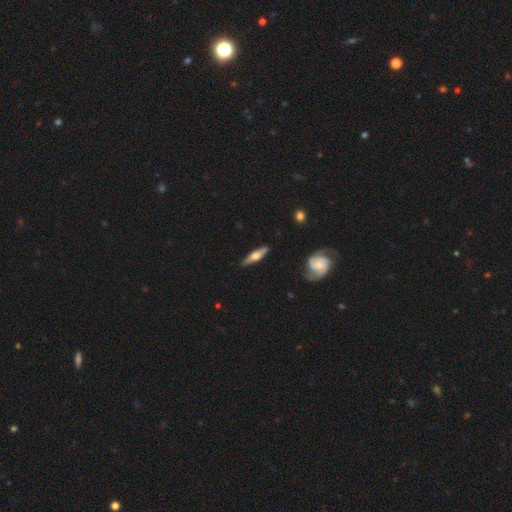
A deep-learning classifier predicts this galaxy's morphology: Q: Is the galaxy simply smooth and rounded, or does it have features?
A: featured or disk — 63%.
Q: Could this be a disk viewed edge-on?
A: yes — 91%.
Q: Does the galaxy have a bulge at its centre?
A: rounded — 91%.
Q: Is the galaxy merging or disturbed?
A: none — 86%.